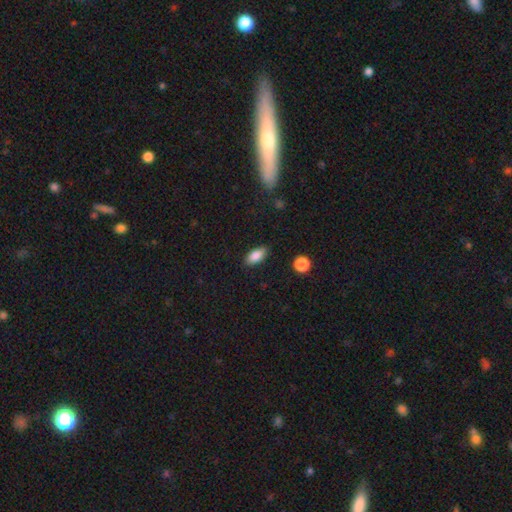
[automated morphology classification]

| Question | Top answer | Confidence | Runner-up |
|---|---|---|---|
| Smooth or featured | smooth | 86% | star or artifact (8%) |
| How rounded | in between | 89% | cigar-shaped (7%) |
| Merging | none | 85% | minor disturbance (11%) |